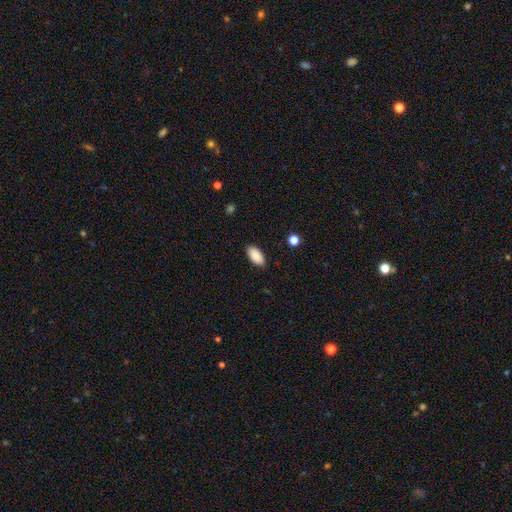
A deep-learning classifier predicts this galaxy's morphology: This appears to be a smooth galaxy with no disk features (89%) that is in between round and cigar-shaped (94%). Merging: none (88%).